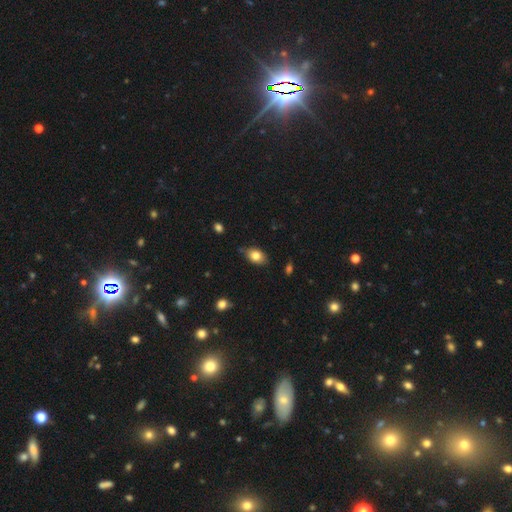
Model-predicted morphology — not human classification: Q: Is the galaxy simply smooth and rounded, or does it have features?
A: smooth — 82%.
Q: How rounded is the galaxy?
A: in between — 82%.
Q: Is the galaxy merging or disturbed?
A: none — 77%.